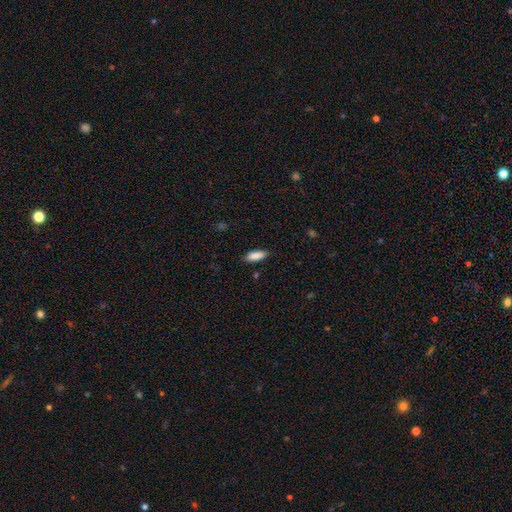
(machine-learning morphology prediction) Smooth or featured: smooth — 88% (star or artifact — 7%)
How rounded: in between — 69% (cigar-shaped — 30%)
Merging: none — 86% (minor disturbance — 11%)